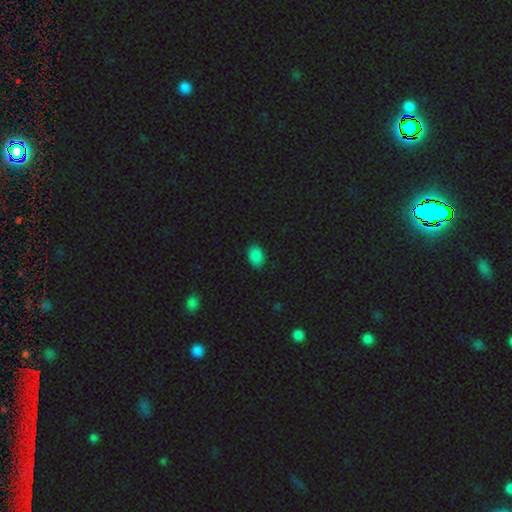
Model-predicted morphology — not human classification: Smooth or featured?
  - smooth: 86% *
  - star or artifact: 11%
  - featured or disk: 3%
How rounded?
  - in between: 83% *
  - round: 16%
  - cigar-shaped: 1%
Merging?
  - none: 87% *
  - minor disturbance: 10%
  - major disturbance: 2%
  - merger: 1%